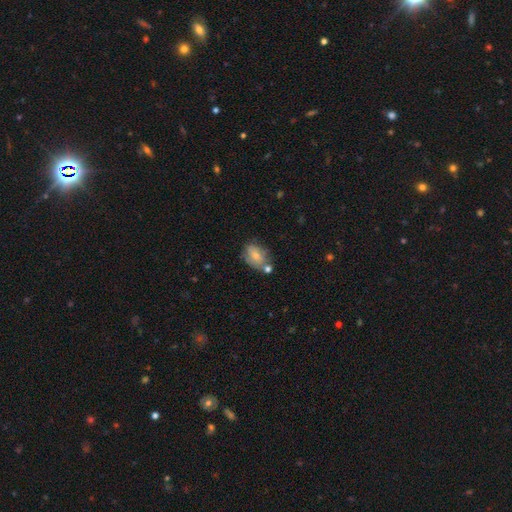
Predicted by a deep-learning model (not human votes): The model was most divided on "merging": none: 53%, minor disturbance: 24%, merger: 16%, major disturbance: 7%. More confident: how rounded — in between (84%); smooth or featured — smooth (71%).